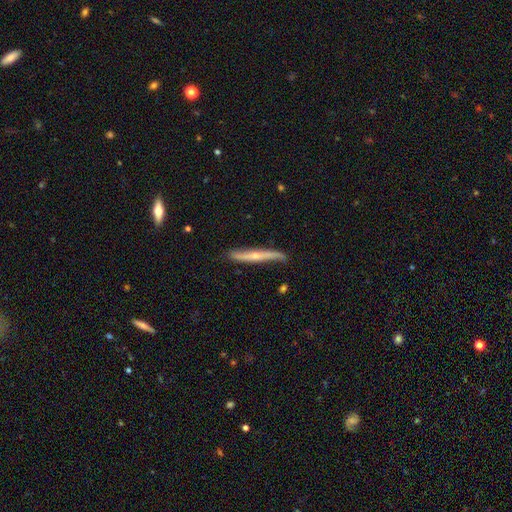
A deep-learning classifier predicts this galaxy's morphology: type=featured or disk (65%); edge-on=yes (84%); edge-on bulge=rounded (65%); merging=none (74%).